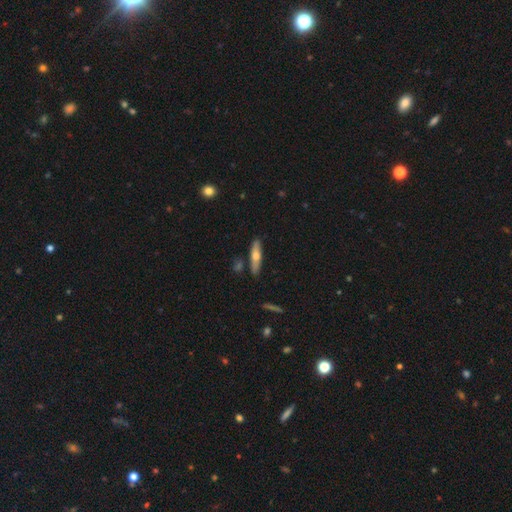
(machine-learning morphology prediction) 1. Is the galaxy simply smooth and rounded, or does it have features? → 51% smooth, 43% featured or disk, 6% star or artifact.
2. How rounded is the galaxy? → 77% cigar-shaped, 21% in between, 2% round.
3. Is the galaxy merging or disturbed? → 83% none, 10% minor disturbance, 5% merger, 2% major disturbance.